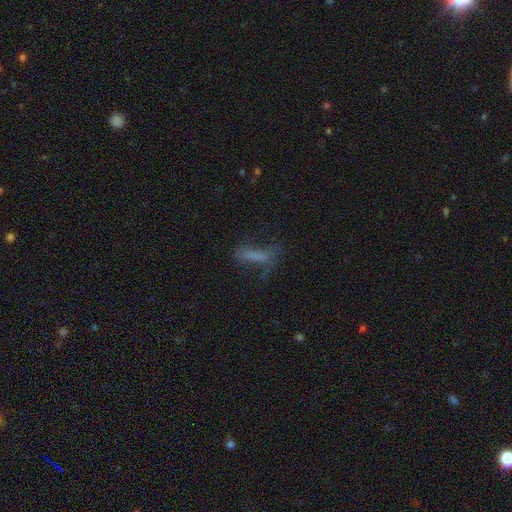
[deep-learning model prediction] Overall: smooth (57%; featured or disk 26%). How rounded: cigar-shaped (63%; in between 34%). Merging: none (41%; major disturbance 32%).